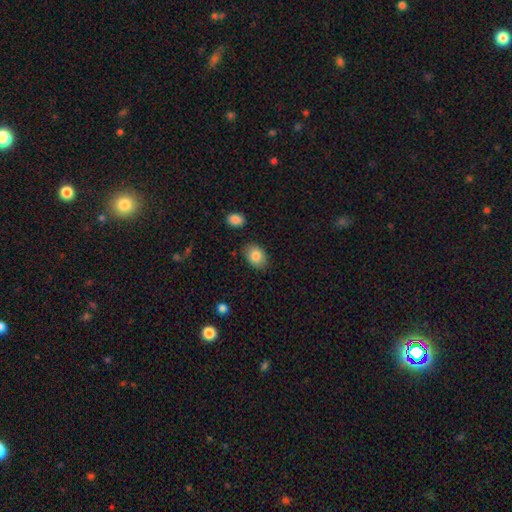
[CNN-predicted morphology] The model was most divided on "how rounded": in between: 79%, round: 20%, cigar-shaped: 1%. More confident: smooth or featured — smooth (84%); merging — none (84%).